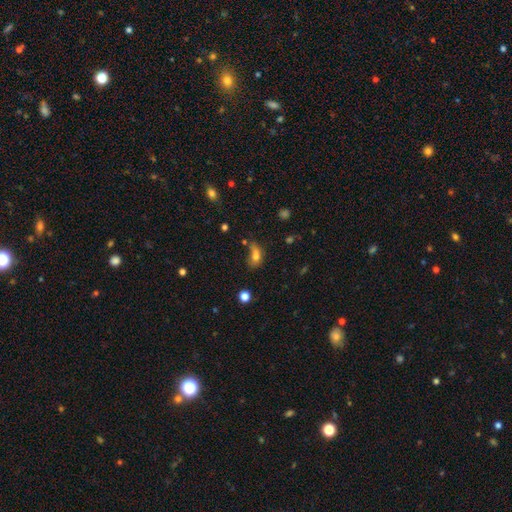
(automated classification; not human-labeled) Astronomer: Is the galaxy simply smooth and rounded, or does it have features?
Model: smooth — 70%.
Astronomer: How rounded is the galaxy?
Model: in between — 73%.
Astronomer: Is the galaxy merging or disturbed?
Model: none — 31% (runner-up: minor disturbance, 25%).